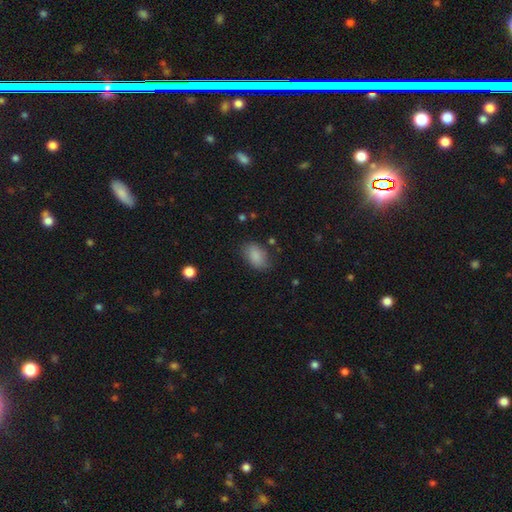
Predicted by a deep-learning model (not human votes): Smooth or featured?
  - smooth: 86% *
  - star or artifact: 8%
  - featured or disk: 6%
How rounded?
  - in between: 89% *
  - round: 10%
  - cigar-shaped: 2%
Merging?
  - none: 75% *
  - minor disturbance: 18%
  - major disturbance: 5%
  - merger: 2%